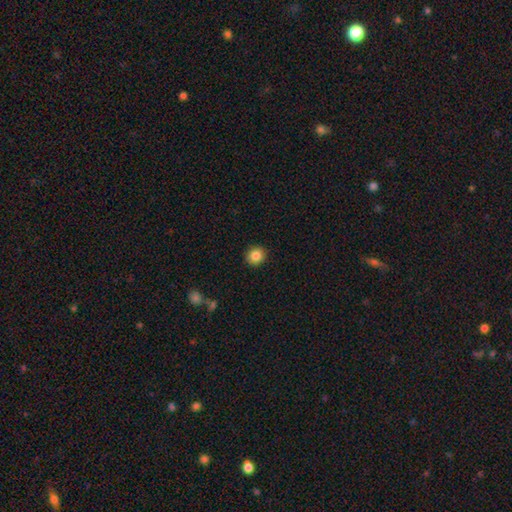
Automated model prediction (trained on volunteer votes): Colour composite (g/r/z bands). It shows a smooth galaxy with no disk features (85%) that is round (86%). Merging: none (91%).